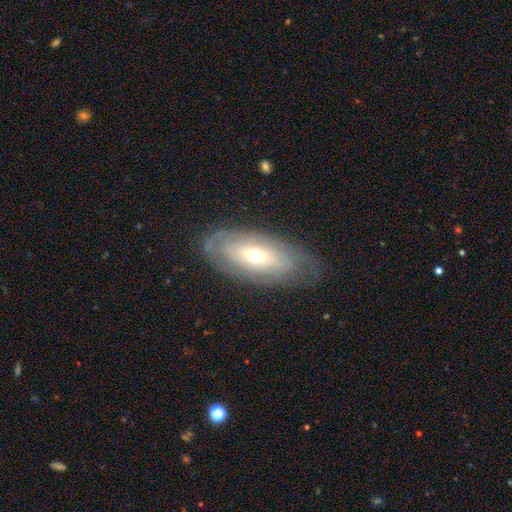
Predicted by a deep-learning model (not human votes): This is likely a featured or disk galaxy (64%). It is clearly not viewed edge-on (86%). Bar: likely no (64%). Spiral arm pattern: likely yes (63%). Central bulge: possibly moderate (58%). Merging: likely none (76%).